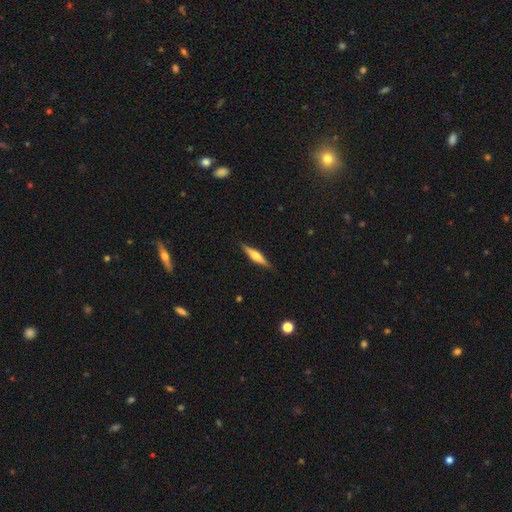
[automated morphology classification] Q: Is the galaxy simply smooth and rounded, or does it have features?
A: featured or disk — 56%.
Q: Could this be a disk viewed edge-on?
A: yes — 96%.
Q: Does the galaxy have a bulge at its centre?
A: rounded — 86%.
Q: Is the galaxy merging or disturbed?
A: none — 89%.